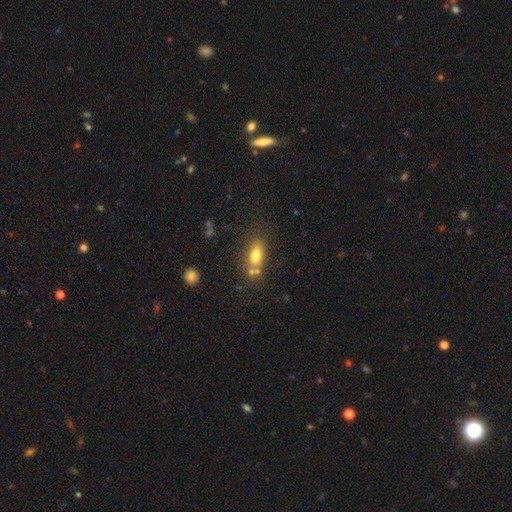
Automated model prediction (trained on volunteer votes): Overall: smooth (75%). How rounded: in between (80%). Merging: none (56%; merger 21%).